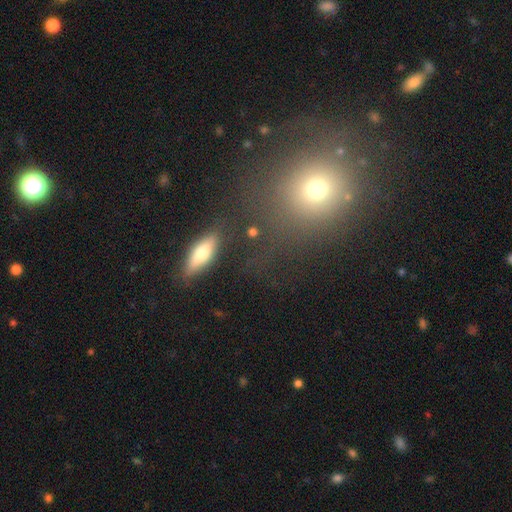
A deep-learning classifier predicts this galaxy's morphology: This appears to be a smooth galaxy with no disk features (46%). Merging: none (75%).